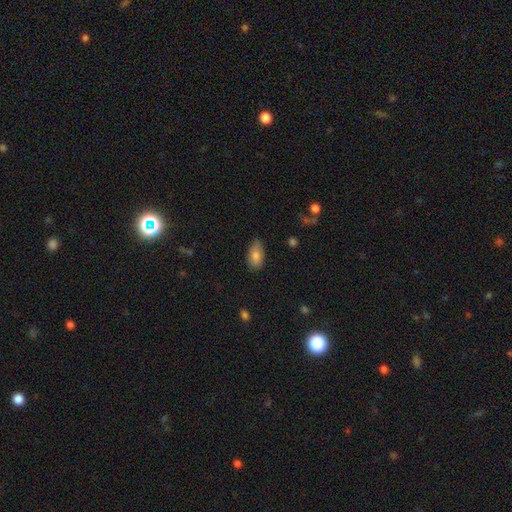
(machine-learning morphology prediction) smooth-or-featured: smooth: 82% | featured or disk: 11% | star or artifact: 7%
  how-rounded: in between: 91% | cigar-shaped: 5% | round: 4%
  merging: none: 76% | minor disturbance: 20% | major disturbance: 3% | merger: 1%